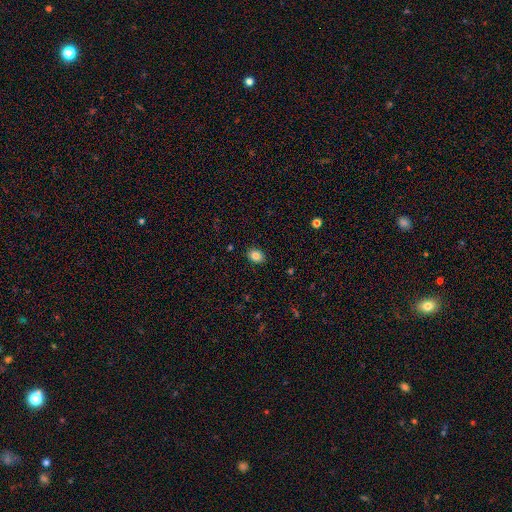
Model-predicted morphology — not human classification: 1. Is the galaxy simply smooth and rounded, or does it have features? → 85% smooth, 9% star or artifact, 6% featured or disk.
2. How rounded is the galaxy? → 66% in between, 33% round, 1% cigar-shaped.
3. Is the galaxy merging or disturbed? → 89% none, 8% minor disturbance, 2% major disturbance, 1% merger.